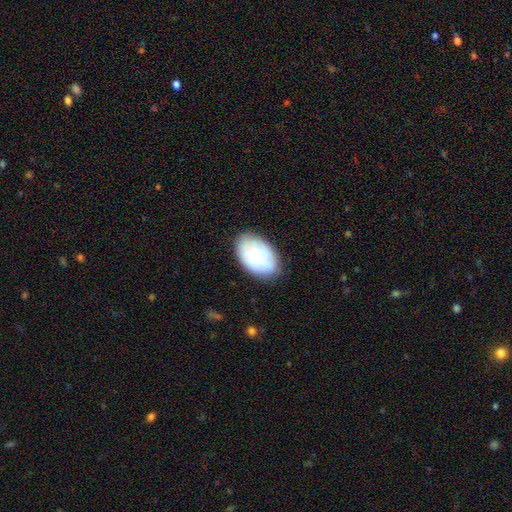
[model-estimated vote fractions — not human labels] Q: Smooth or featured?
A: smooth (64%); runner-up: featured or disk (29%)
Q: How rounded?
A: in between (89%); runner-up: round (10%)
Q: Merging?
A: none (78%); runner-up: minor disturbance (16%)